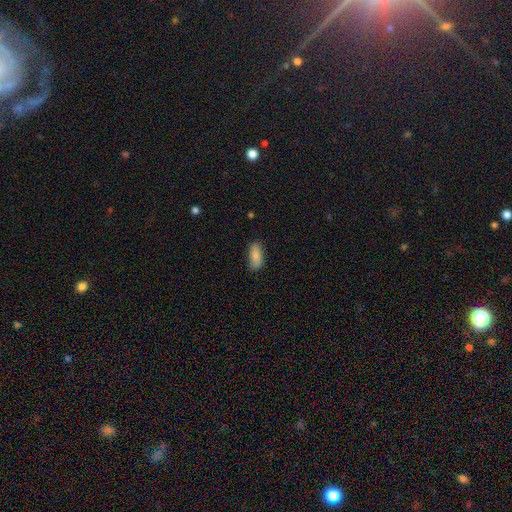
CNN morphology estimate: A smooth galaxy with no disk features (85%) that is in between round and cigar-shaped (85%). Merging: none (78%).